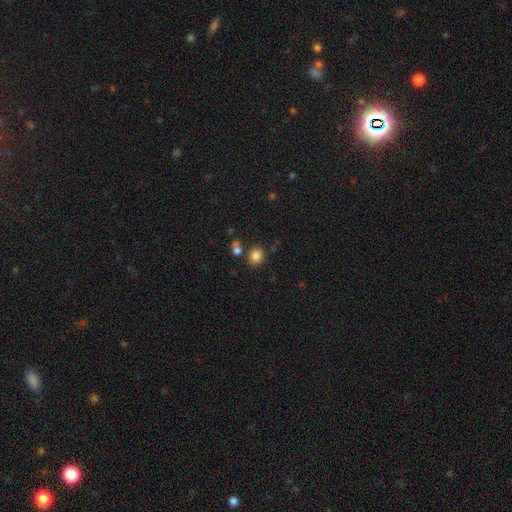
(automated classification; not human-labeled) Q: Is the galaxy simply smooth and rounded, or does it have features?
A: smooth — 84%.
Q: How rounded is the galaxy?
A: round — 71%.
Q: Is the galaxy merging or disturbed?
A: none — 76%.